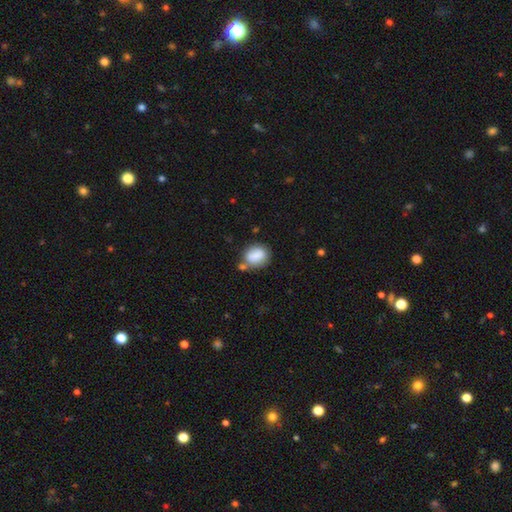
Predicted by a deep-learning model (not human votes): Smooth or featured? Predicted: smooth (p=0.86). How rounded? Predicted: in between (p=0.56). Merging? Predicted: none (p=0.57).